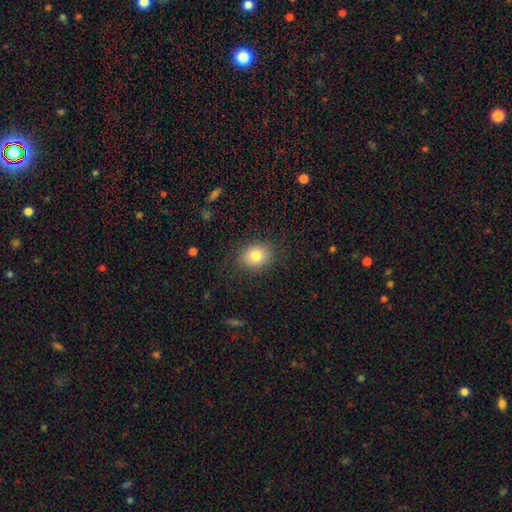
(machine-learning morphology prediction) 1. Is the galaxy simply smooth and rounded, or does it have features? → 81% smooth, 9% featured or disk, 9% star or artifact.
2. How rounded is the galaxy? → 50% in between, 49% round, 1% cigar-shaped.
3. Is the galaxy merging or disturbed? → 83% none, 11% minor disturbance, 4% major disturbance, 1% merger.